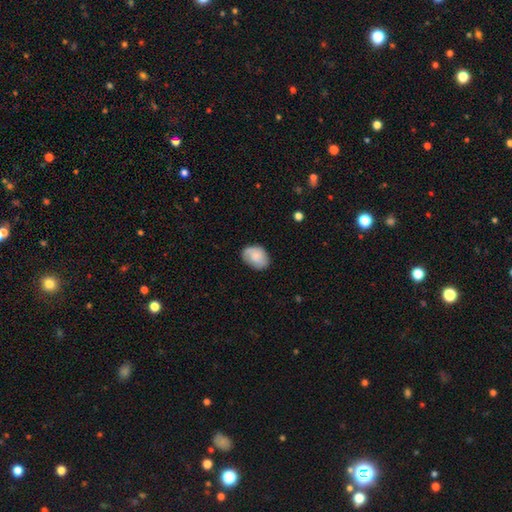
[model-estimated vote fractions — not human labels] This appears to be a smooth galaxy with no disk features (69%) that is in between round and cigar-shaped (71%). Merging: none (69%).